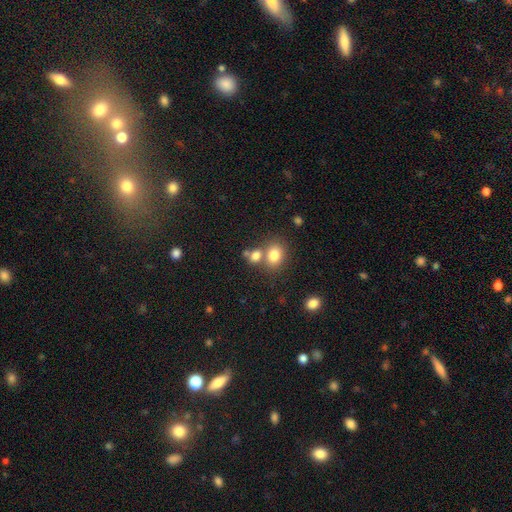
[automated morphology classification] The model was most divided on "merging": none: 44%, merger: 42%, minor disturbance: 9%, major disturbance: 4%. More confident: smooth or featured — smooth (78%); how rounded — round (52%).